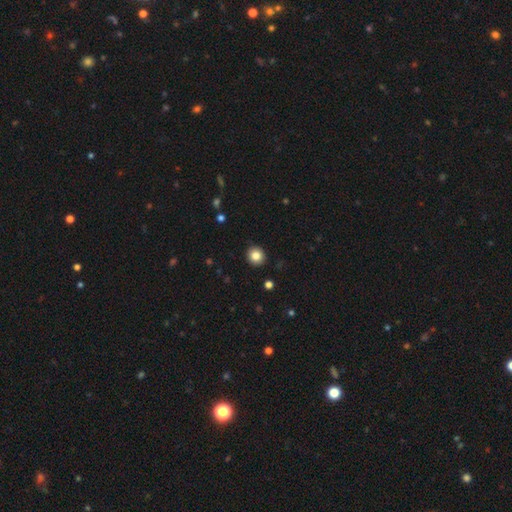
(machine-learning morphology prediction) type=smooth (83%); roundness=round (91%); merging=none (92%).